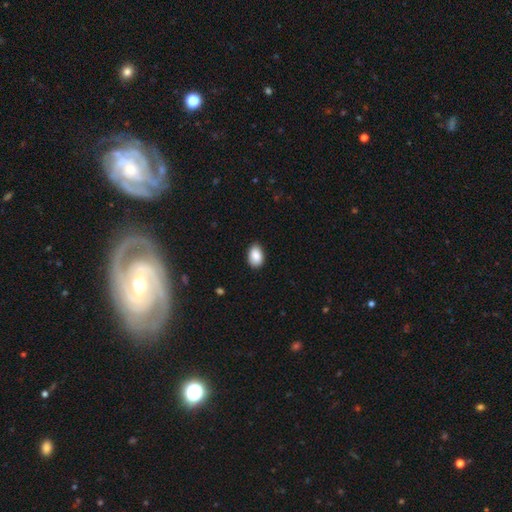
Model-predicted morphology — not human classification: The model was most divided on "merging": none: 83%, minor disturbance: 14%, major disturbance: 2%, merger: 1%. More confident: smooth or featured — smooth (88%); how rounded — in between (88%).